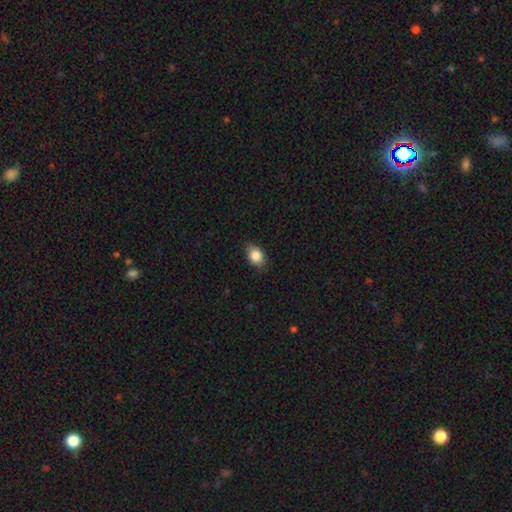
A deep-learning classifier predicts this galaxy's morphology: A smooth galaxy with no disk features (86%) that is in between round and cigar-shaped (73%).

Vote fractions:
- Smooth or featured? smooth: 86% / star or artifact: 8% / featured or disk: 6%
- How rounded? in between: 73% / round: 26% / cigar-shaped: 1%
- Merging? none: 81% / minor disturbance: 15% / major disturbance: 3% / merger: 1%